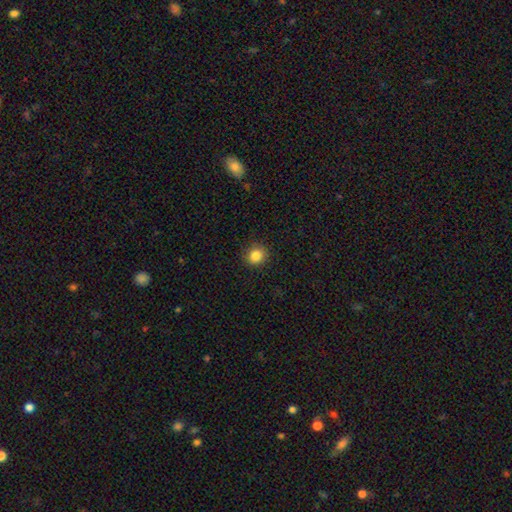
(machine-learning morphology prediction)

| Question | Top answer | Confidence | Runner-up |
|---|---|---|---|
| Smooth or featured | smooth | 84% | star or artifact (11%) |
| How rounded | round | 87% | in between (12%) |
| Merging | none | 89% | minor disturbance (8%) |